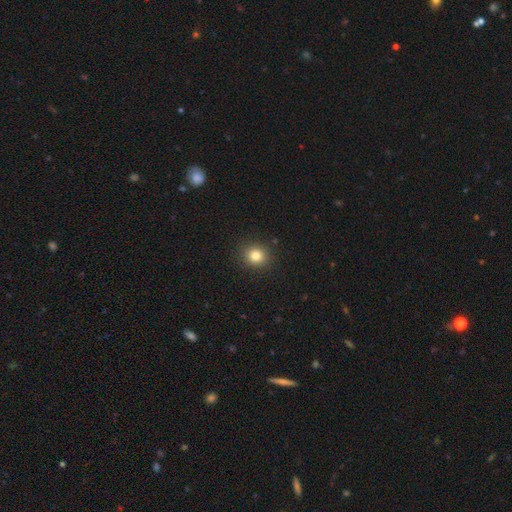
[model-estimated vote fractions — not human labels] Smooth or featured? Predicted: smooth (p=0.82). How rounded? Predicted: round (p=0.85). Merging? Predicted: none (p=0.90).